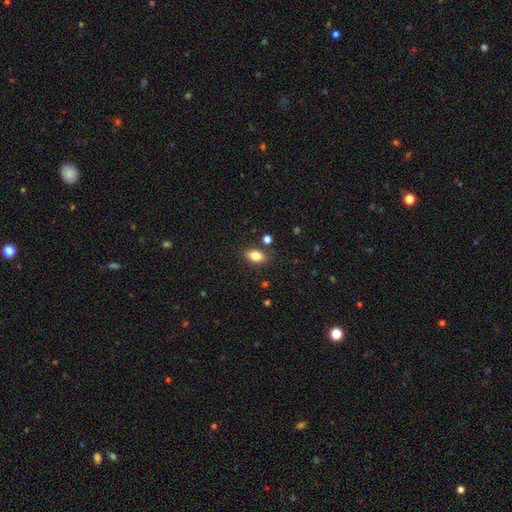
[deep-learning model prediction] smooth_or_featured: smooth (p=0.83) [alt: star or artifact p=0.09]
how_rounded: in between (p=0.88) [alt: round p=0.08]
merging: none (p=0.83) [alt: minor disturbance p=0.10]